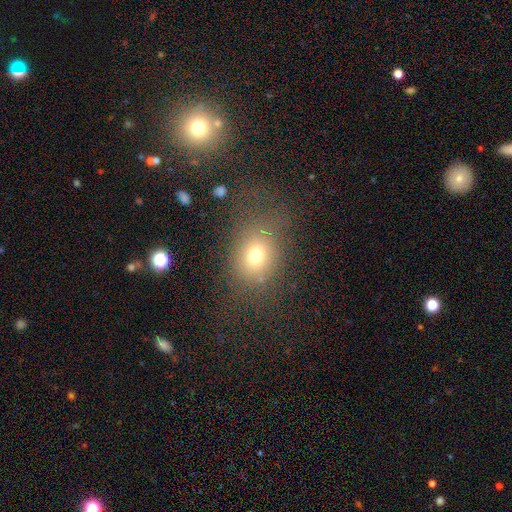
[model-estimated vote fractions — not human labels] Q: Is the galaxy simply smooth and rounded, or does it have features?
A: smooth — 71%.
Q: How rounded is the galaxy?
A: round — 51%.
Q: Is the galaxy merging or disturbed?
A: none — 60%.